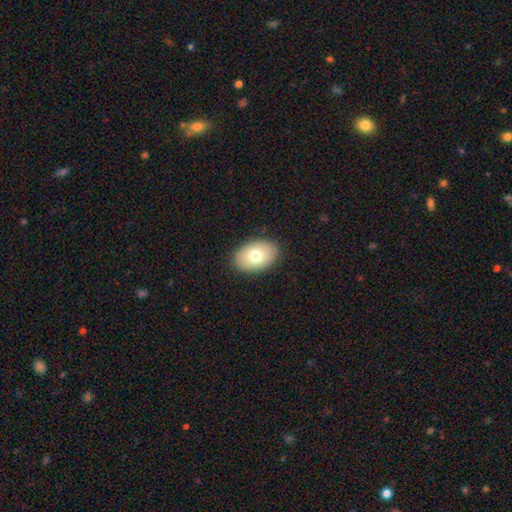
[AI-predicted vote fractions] A smooth galaxy with no disk features (76%) that is in between round and cigar-shaped (89%). Merging: none (89%).